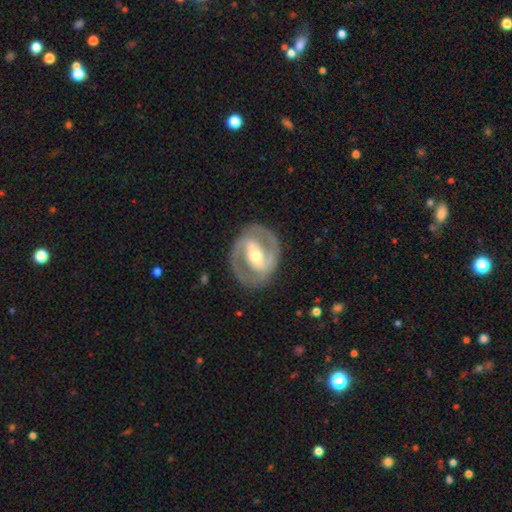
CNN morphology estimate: featured or disk 83%, smooth 13%, star or artifact 4%. Down the decision tree: edge-on disk — no (96%); bar — strong (58%); spiral arms — yes (77%); spiral arm count — 2 (87%); spiral winding — medium (45%); bulge size — moderate (67%); merging — none (84%).